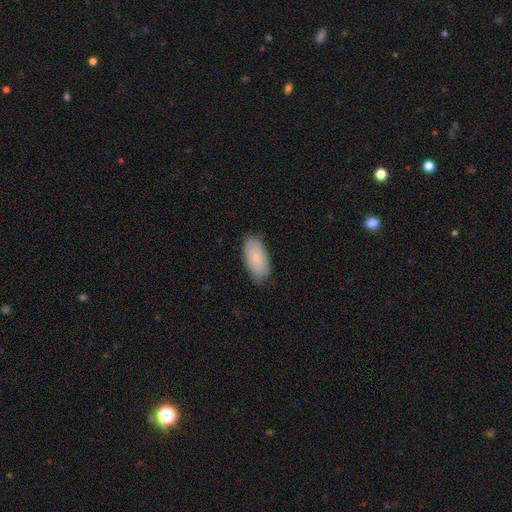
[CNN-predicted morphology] smooth-or-featured: smooth: 79% | featured or disk: 15% | star or artifact: 6%
  how-rounded: in between: 94% | cigar-shaped: 4% | round: 2%
  merging: none: 80% | minor disturbance: 17% | major disturbance: 3% | merger: 1%